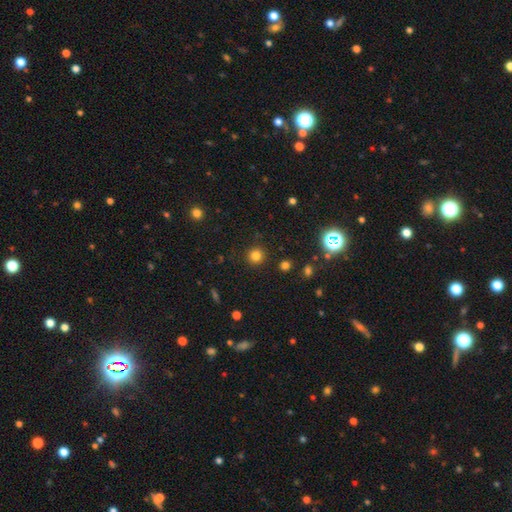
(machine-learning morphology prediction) Overall: smooth (80%). How rounded: round (94%). Merging: none (90%).